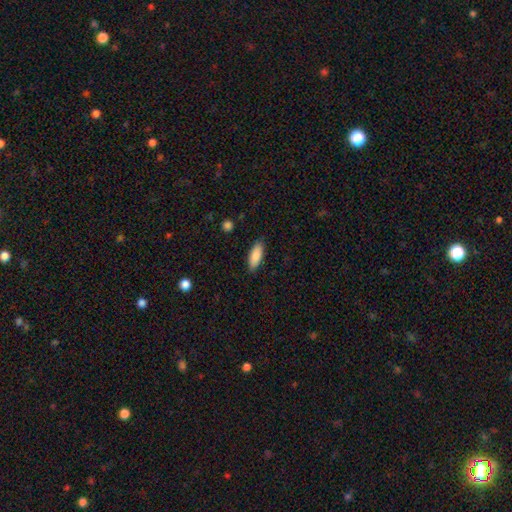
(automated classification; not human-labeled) Smooth or featured? Predicted: smooth (p=0.87). How rounded? Predicted: in between (p=0.70). Merging? Predicted: none (p=0.87).